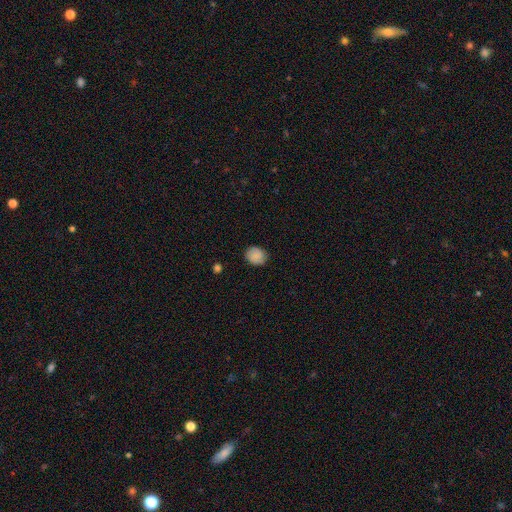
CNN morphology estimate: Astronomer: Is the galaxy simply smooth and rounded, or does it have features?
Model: smooth — 85%.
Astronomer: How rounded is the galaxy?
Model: round — 66%.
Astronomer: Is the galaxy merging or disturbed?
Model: none — 83%.